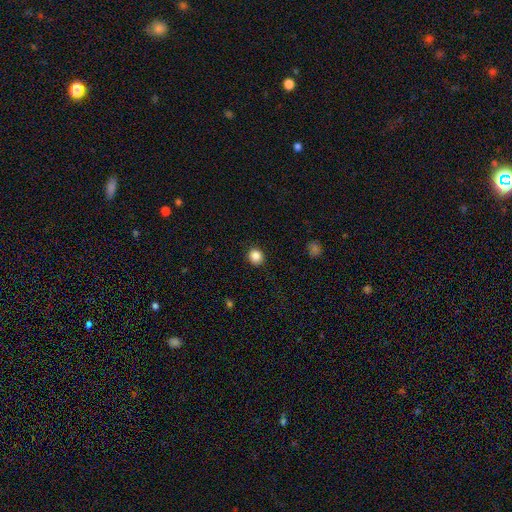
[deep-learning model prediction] Q: Smooth or featured?
A: smooth (85%); runner-up: star or artifact (10%)
Q: How rounded?
A: round (82%); runner-up: in between (17%)
Q: Merging?
A: none (91%); runner-up: minor disturbance (6%)